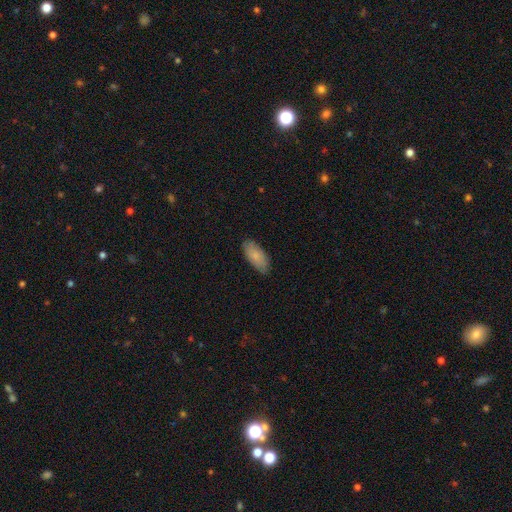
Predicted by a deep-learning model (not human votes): Smooth or featured?
  - smooth: 82% *
  - featured or disk: 12%
  - star or artifact: 6%
How rounded?
  - in between: 88% *
  - cigar-shaped: 10%
  - round: 2%
Merging?
  - none: 83% *
  - minor disturbance: 14%
  - major disturbance: 2%
  - merger: 1%